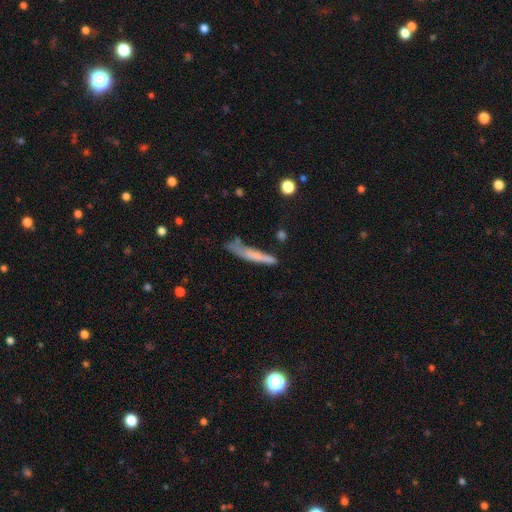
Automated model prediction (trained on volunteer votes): A smooth galaxy with no disk features (59%) that is cigar-shaped (90%). Merging: none (45%).